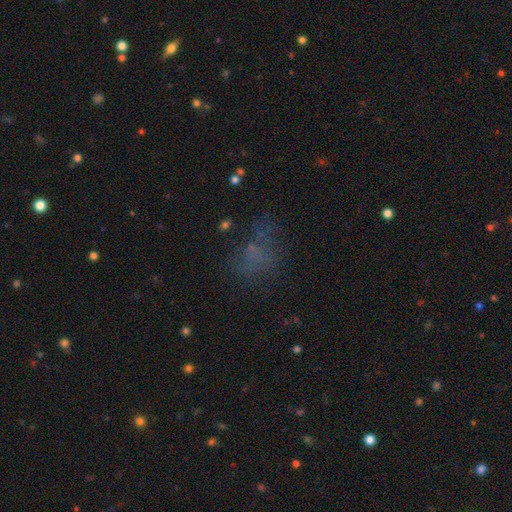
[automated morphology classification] Smooth or featured? Predicted: smooth (p=0.47). Merging? Predicted: none (p=0.50).